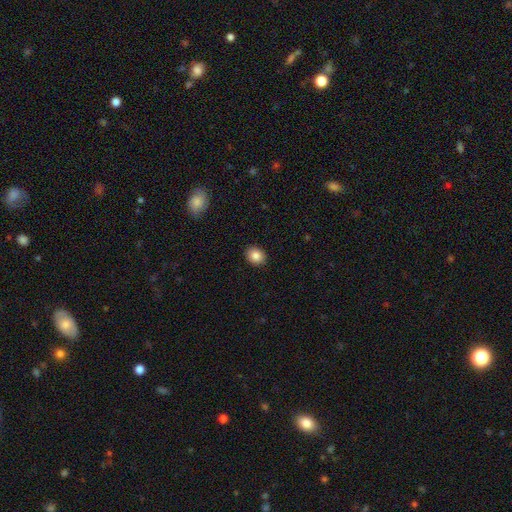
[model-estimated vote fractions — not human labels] Smooth or featured: smooth — 85% (star or artifact — 9%)
How rounded: round — 59% (in between — 40%)
Merging: none — 90% (minor disturbance — 7%)